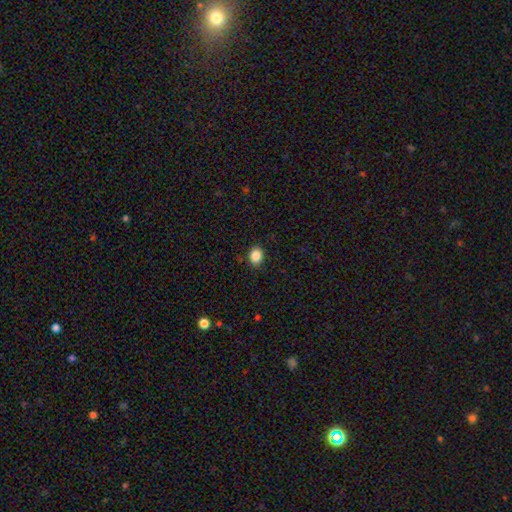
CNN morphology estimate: The model was most divided on "how rounded": in between: 62%, round: 37%, cigar-shaped: 1%. More confident: merging — none (89%); smooth or featured — smooth (88%).